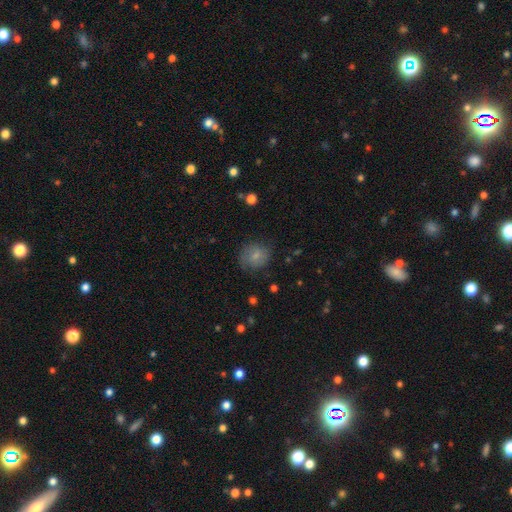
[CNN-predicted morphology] smooth_or_featured: smooth (p=0.76) [alt: featured or disk p=0.15]
how_rounded: round (p=0.77) [alt: in between p=0.22]
merging: none (p=0.71) [alt: minor disturbance p=0.21]